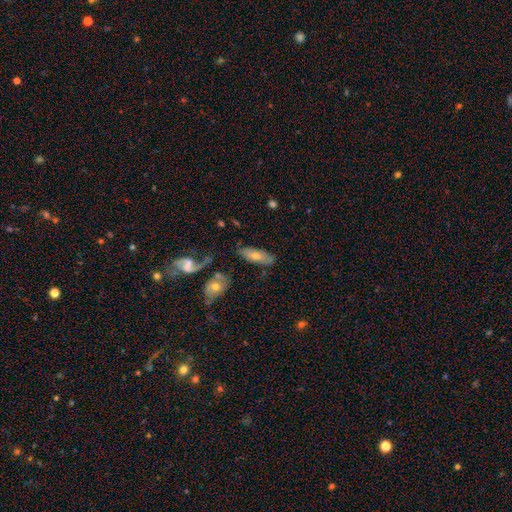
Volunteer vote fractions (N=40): Morphology: type=smooth (57%); roundness=in between (83%); merging=none (68%).